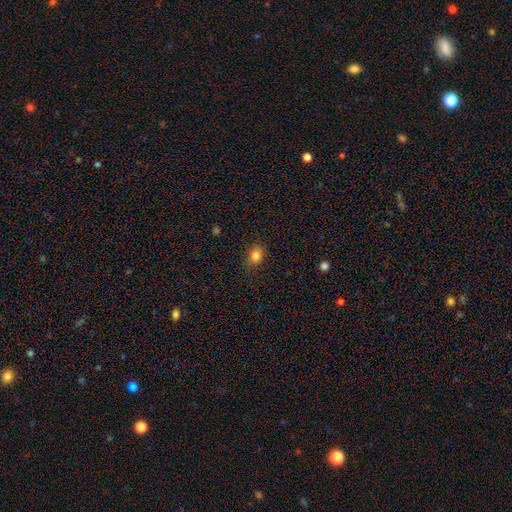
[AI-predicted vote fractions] A smooth galaxy with no disk features (82%) that is in between round and cigar-shaped (57%). Merging: none (77%).